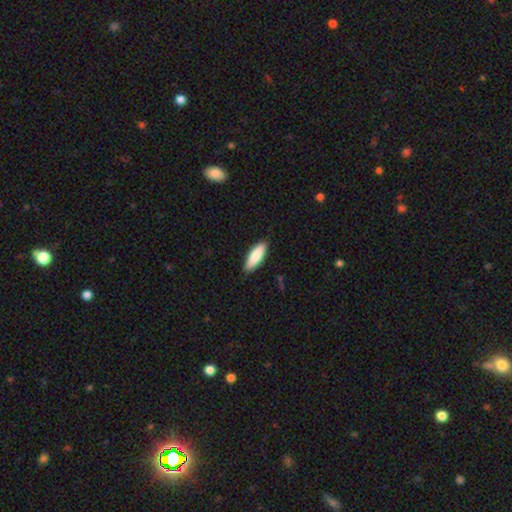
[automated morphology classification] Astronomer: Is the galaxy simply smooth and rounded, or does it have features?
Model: smooth — 86%.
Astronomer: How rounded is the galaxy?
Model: in between — 62% (runner-up: cigar-shaped, 37%).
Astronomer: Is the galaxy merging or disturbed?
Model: none — 87%.